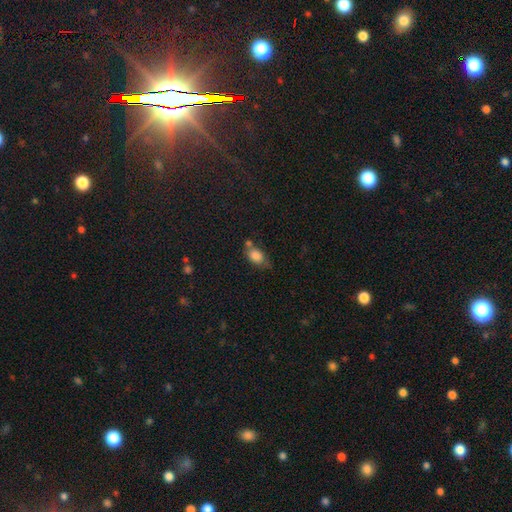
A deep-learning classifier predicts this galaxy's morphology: smooth-or-featured: smooth: 82% | star or artifact: 9% | featured or disk: 9%
  how-rounded: in between: 81% | round: 15% | cigar-shaped: 4%
  merging: none: 44% | minor disturbance: 27% | merger: 20% | major disturbance: 9%